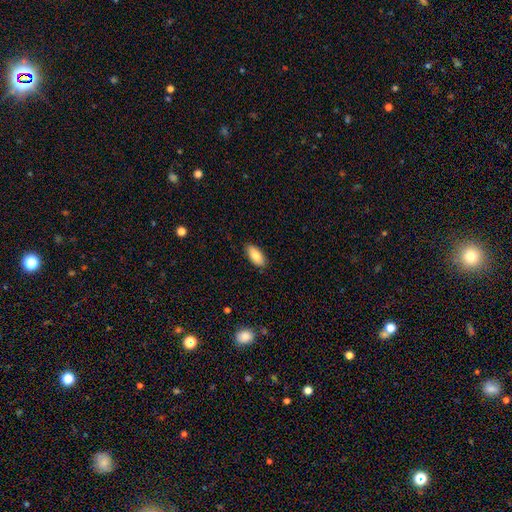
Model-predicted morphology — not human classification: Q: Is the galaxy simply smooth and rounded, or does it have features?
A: smooth — 81%.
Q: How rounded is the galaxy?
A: in between — 90%.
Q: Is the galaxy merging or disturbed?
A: none — 86%.